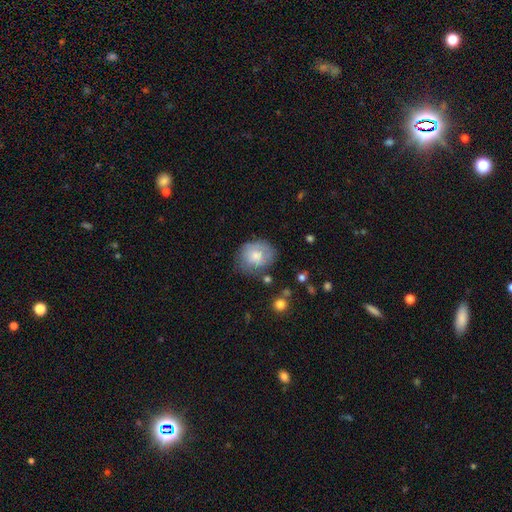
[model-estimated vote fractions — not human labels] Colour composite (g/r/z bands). It shows a smooth galaxy with no disk features (64%) that is round (64%). Merging: none (63%).